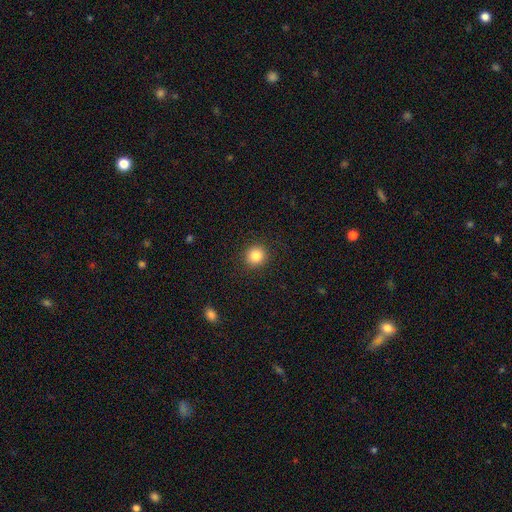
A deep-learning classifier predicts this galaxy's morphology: A smooth galaxy with no disk features (84%) that is round (90%). Merging: none (91%).